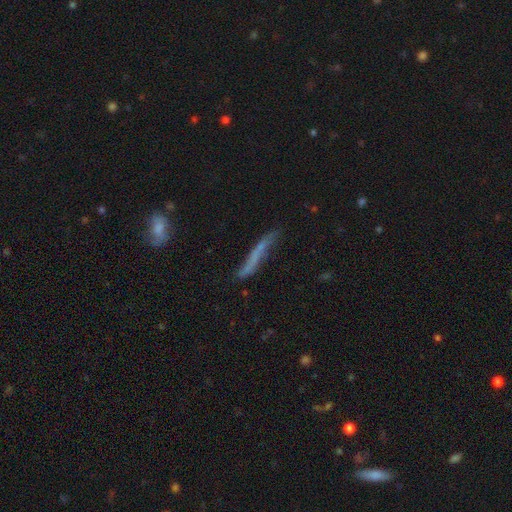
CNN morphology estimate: Smooth or featured: smooth — 46% (featured or disk — 45%)
Merging: none — 60% (minor disturbance — 26%)